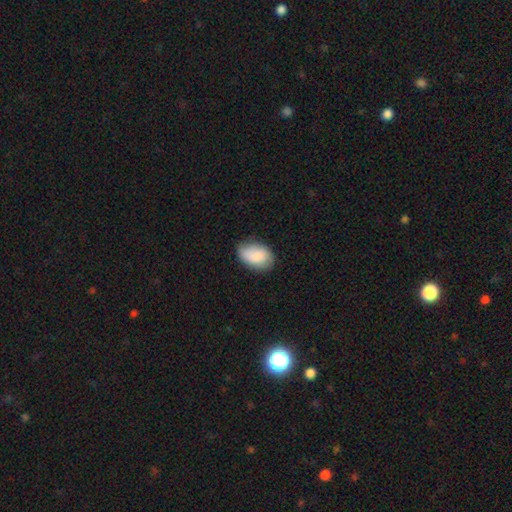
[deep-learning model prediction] smooth-or-featured: smooth: 81% | featured or disk: 12% | star or artifact: 6%
  how-rounded: in between: 88% | round: 10% | cigar-shaped: 1%
  merging: none: 67% | minor disturbance: 26% | major disturbance: 5% | merger: 1%